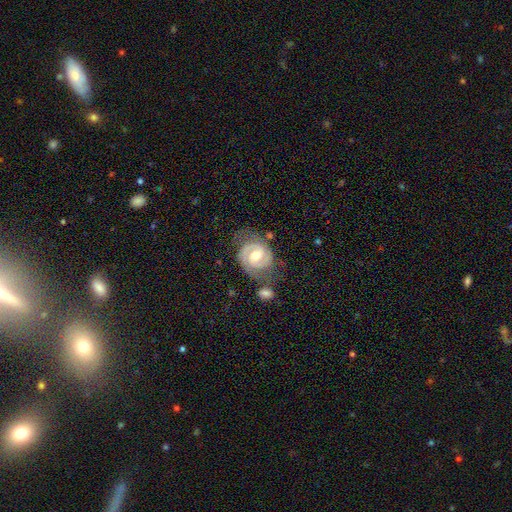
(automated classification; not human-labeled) The model was most divided on "bar": weak: 49%, no: 34%, strong: 17%. More confident: edge-on disk — no (98%); spiral arms — yes (96%); smooth or featured — featured or disk (86%); spiral arm count — 2 (85%); bulge size — moderate (75%); merging — none (61%); spiral winding — tight (56%).